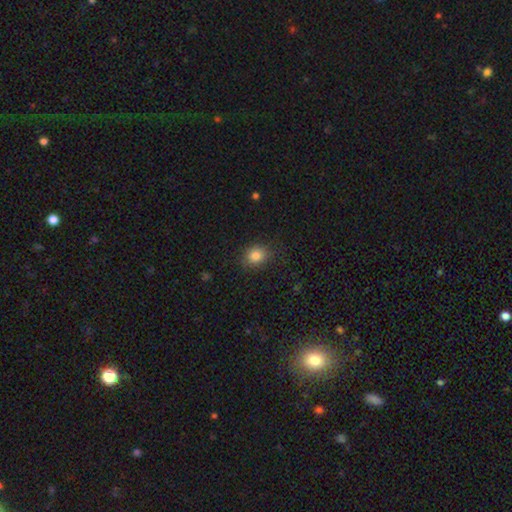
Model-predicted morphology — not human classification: smooth 83%, star or artifact 11%, featured or disk 6%. Down the decision tree: how rounded — round (62%); merging — none (84%).